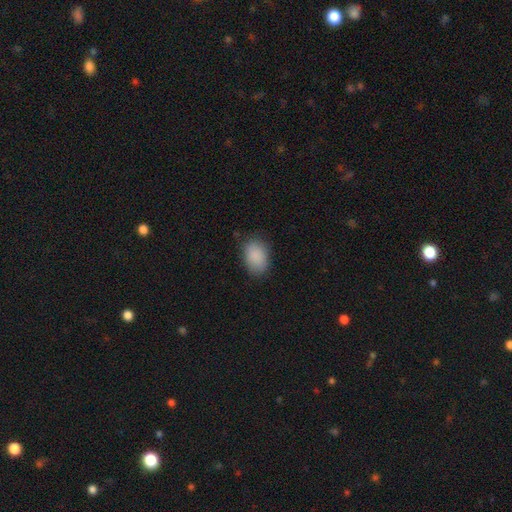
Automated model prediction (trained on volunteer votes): Overall: smooth (88%). How rounded: in between (83%). Merging: none (79%).